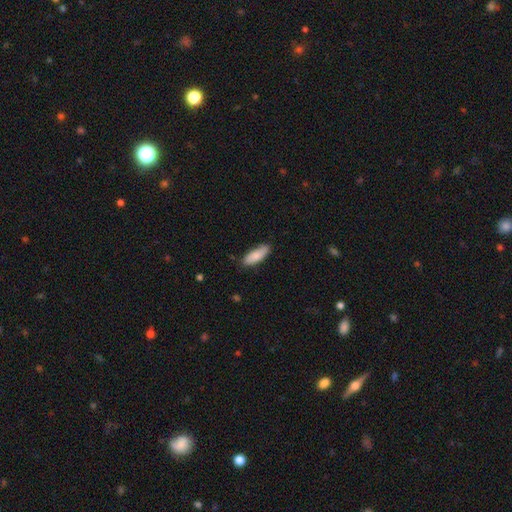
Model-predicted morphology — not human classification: smooth-or-featured: smooth: 81% | featured or disk: 13% | star or artifact: 6%
  how-rounded: in between: 71% | cigar-shaped: 27% | round: 2%
  merging: none: 78% | minor disturbance: 17% | major disturbance: 3% | merger: 1%